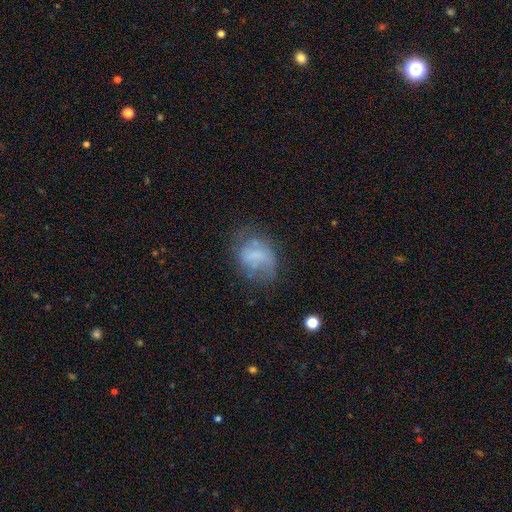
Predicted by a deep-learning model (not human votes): Smooth or featured? Predicted: smooth (p=0.52). How rounded? Predicted: in between (p=0.62). Merging? Predicted: none (p=0.43).